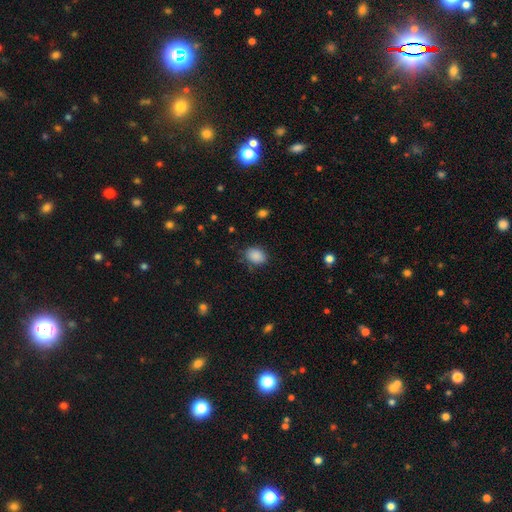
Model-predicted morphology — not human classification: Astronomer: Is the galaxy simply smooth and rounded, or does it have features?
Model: smooth — 88%.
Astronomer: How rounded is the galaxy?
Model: in between — 67%.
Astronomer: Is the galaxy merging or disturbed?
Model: none — 77%.